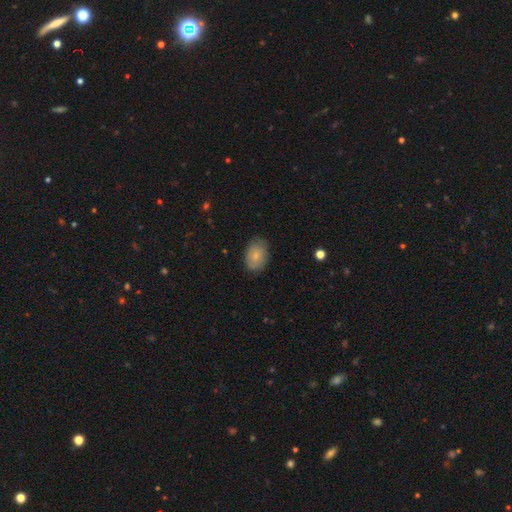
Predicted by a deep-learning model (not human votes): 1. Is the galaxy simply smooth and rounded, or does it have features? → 76% smooth, 17% featured or disk, 7% star or artifact.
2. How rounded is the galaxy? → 78% in between, 21% round, 1% cigar-shaped.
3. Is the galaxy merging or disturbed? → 76% none, 19% minor disturbance, 4% major disturbance, 1% merger.